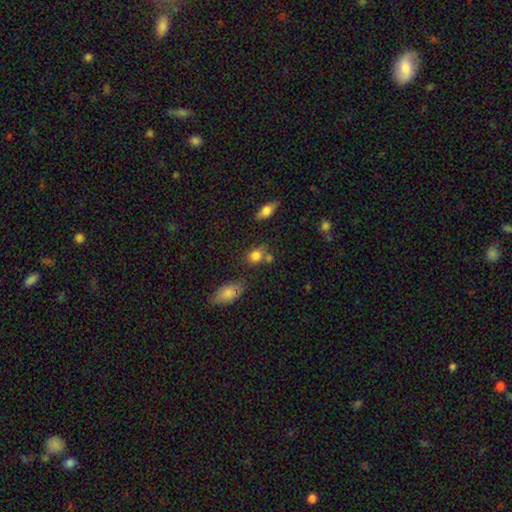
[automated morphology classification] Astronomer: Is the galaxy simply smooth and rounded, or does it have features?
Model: smooth — 82%.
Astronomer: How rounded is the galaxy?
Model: in between — 52% (runner-up: round, 46%).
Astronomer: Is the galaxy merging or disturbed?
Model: none — 60%.